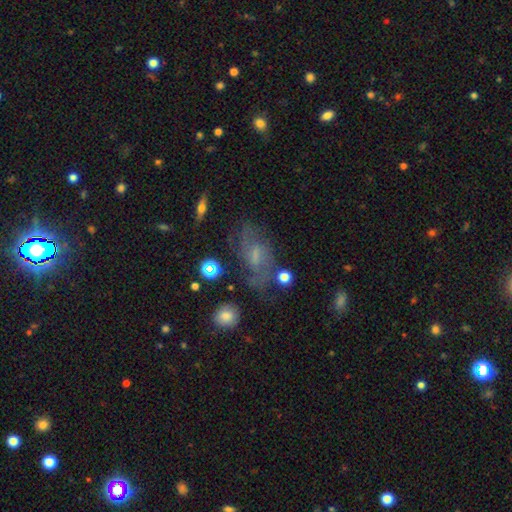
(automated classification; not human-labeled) This appears to be a featured or disk galaxy (61%) with a weak bar (50%), spiral arms (81%) and a small central bulge (45%). Merging: none (60%).